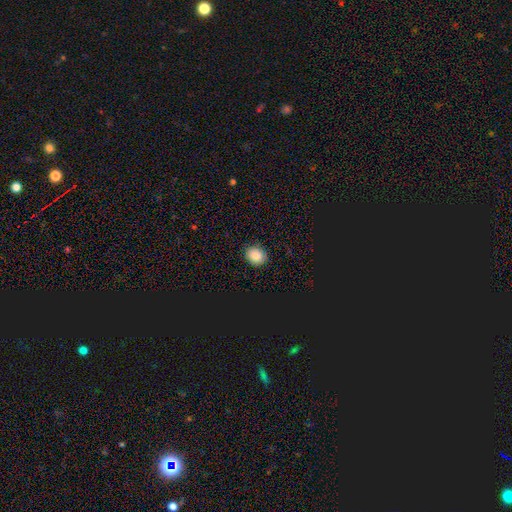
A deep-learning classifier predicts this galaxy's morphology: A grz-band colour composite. It shows a smooth galaxy with no disk features (84%) that is round (62%). Merging: none (89%).